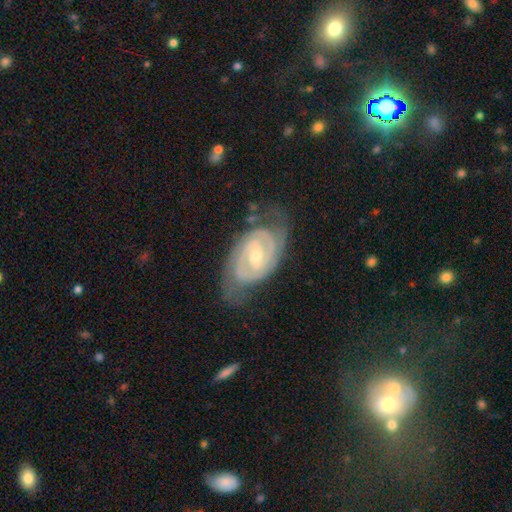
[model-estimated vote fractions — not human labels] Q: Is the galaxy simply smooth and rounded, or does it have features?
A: featured or disk — 91%.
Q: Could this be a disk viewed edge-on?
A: no — 97%.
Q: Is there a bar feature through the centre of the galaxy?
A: weak — 43%.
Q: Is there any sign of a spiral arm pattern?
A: yes — 98%.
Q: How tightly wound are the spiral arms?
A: tight — 74%.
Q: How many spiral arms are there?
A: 2 — 82%.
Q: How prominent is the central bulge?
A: small — 52%.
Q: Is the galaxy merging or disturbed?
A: none — 70%.